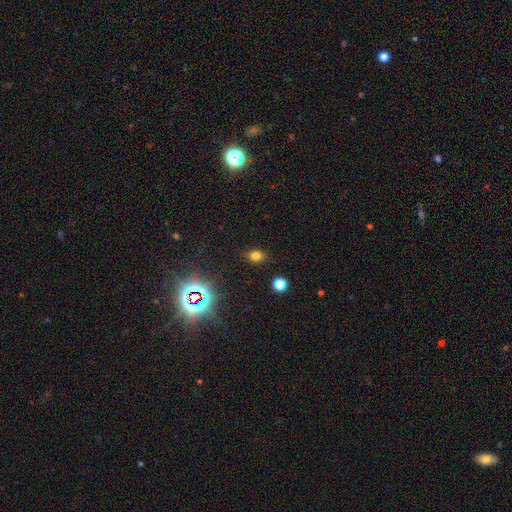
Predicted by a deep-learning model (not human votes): Smooth or featured?
  - smooth: 73% *
  - star or artifact: 21%
  - featured or disk: 6%
How rounded?
  - in between: 63% *
  - round: 36%
  - cigar-shaped: 2%
Merging?
  - none: 85% *
  - minor disturbance: 10%
  - major disturbance: 3%
  - merger: 2%